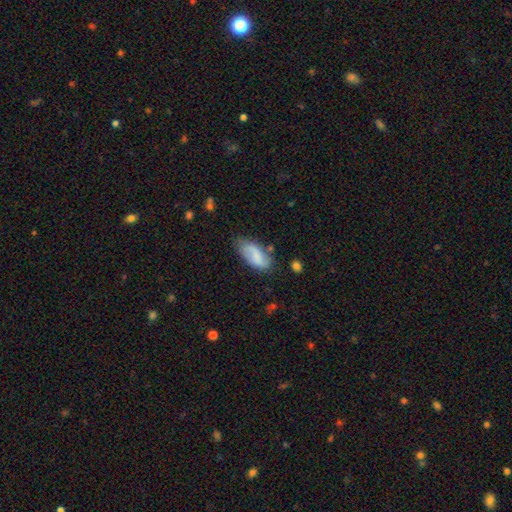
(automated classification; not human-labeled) Smooth or featured? Predicted: smooth (p=0.67). How rounded? Predicted: in between (p=0.90). Merging? Predicted: none (p=0.55).